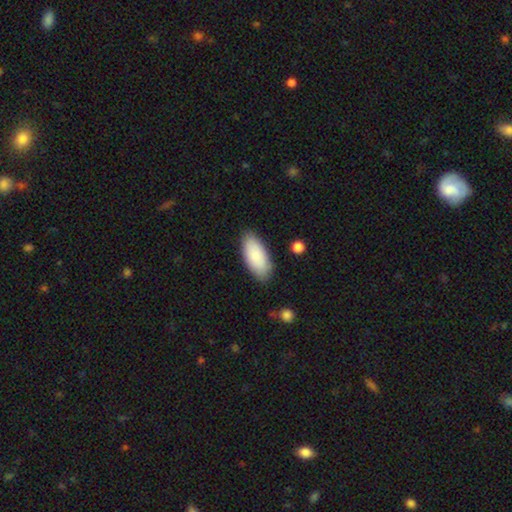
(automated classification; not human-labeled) A smooth galaxy with no disk features (87%) that is in between round and cigar-shaped (89%). Merging: none (84%).